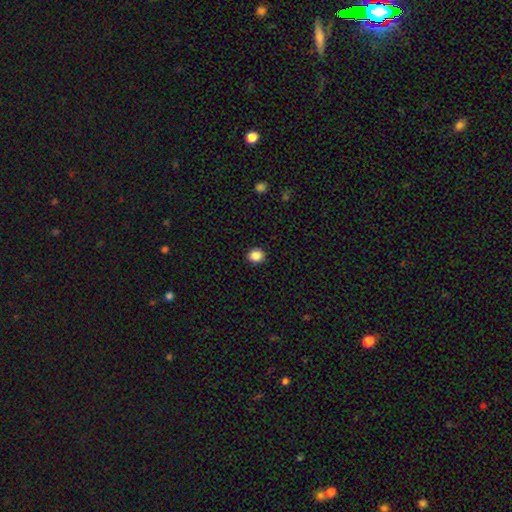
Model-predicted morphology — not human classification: Overall: smooth (87%). How rounded: round (84%). Merging: none (92%).